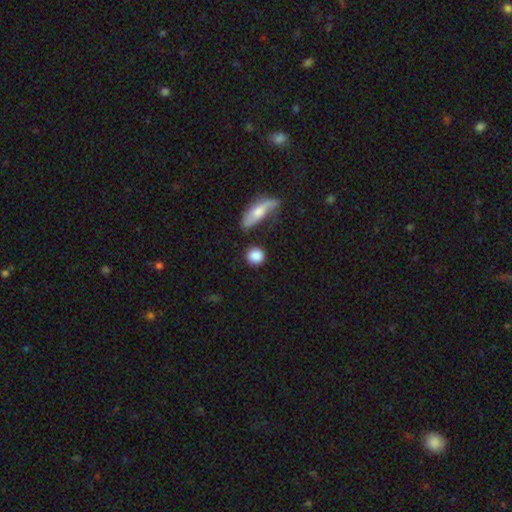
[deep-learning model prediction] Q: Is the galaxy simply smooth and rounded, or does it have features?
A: smooth — 84%.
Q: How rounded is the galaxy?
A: round — 84%.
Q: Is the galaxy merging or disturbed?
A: none — 74%.